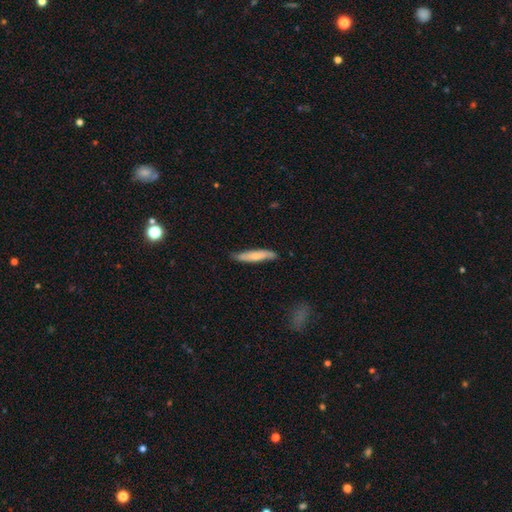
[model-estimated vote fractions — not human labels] A smooth galaxy with no disk features (66%) that is cigar-shaped (86%). Merging: none (79%).